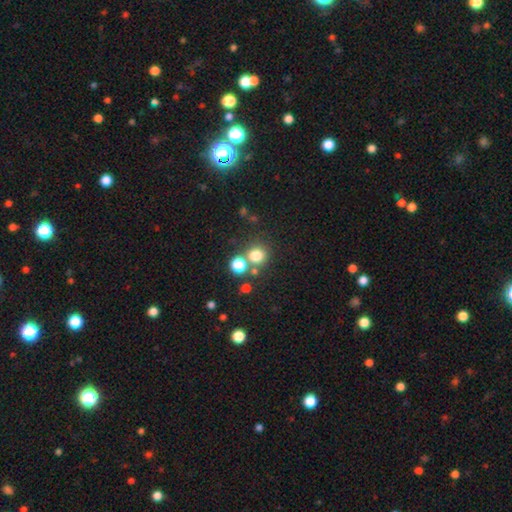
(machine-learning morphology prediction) smooth 75%, star or artifact 17%, featured or disk 8%. Down the decision tree: how rounded — round (88%); merging — none (66%).